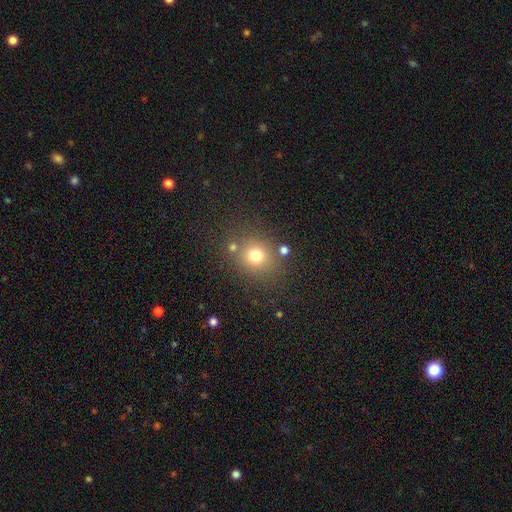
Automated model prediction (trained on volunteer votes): Smooth or featured? smooth (73%)
How rounded? round (80%)
Merging? none (77%)